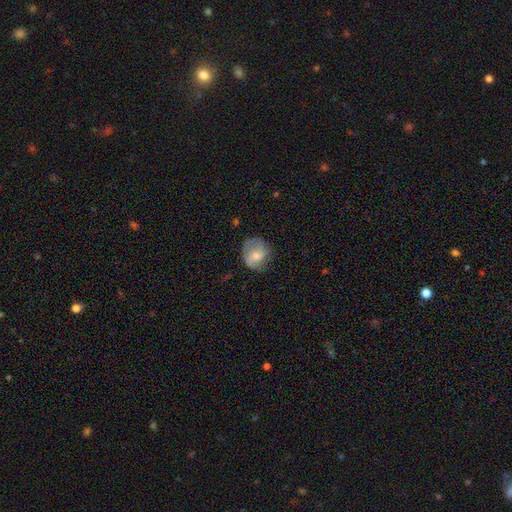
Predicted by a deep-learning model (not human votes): Smooth or featured? featured or disk (49%)
Merging? none (65%)